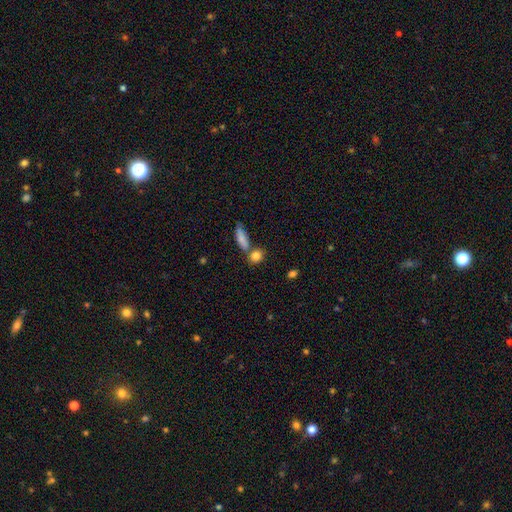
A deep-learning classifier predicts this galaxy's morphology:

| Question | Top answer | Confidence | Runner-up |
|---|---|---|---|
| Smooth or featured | smooth | 83% | star or artifact (9%) |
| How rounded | round | 54% | in between (38%) |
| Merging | none | 60% | merger (25%) |